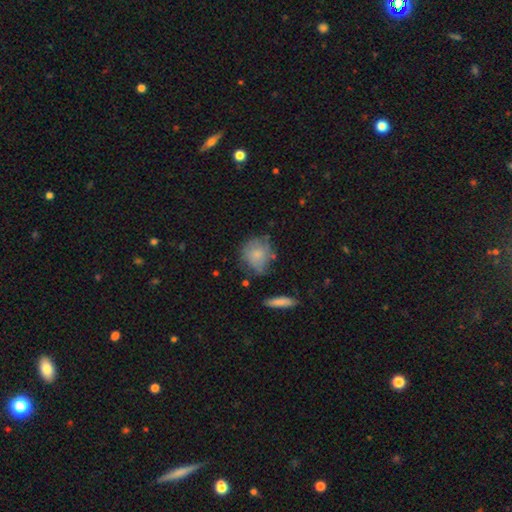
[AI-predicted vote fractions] Smooth or featured: smooth — 75% (featured or disk — 17%)
How rounded: round — 79% (in between — 20%)
Merging: none — 60% (minor disturbance — 26%)